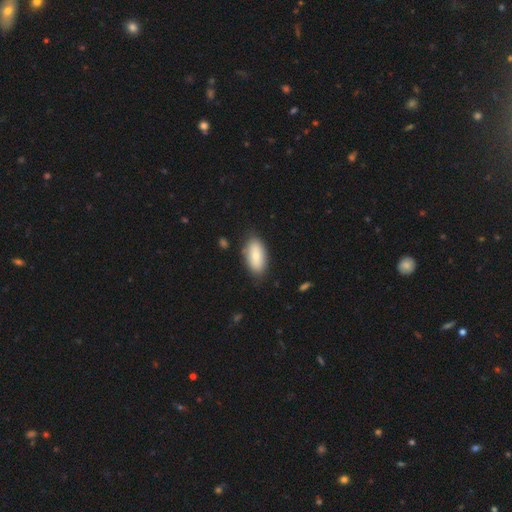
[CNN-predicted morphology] A smooth galaxy with no disk features (75%) that is in between round and cigar-shaped (92%).

Vote fractions:
- Smooth or featured? smooth: 75% / featured or disk: 18% / star or artifact: 6%
- How rounded? in between: 92% / cigar-shaped: 5% / round: 3%
- Merging? none: 81% / minor disturbance: 14% / major disturbance: 3% / merger: 2%